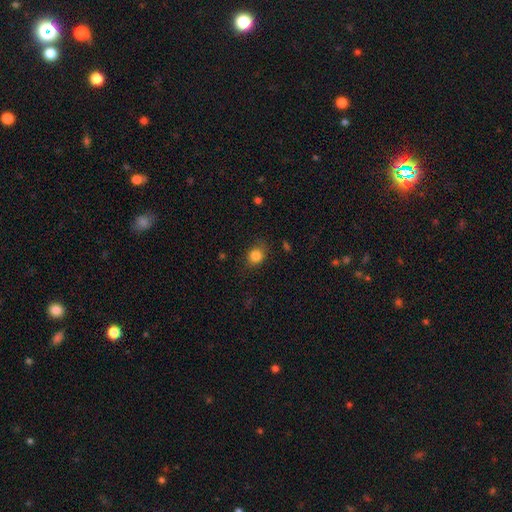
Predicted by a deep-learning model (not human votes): Overall: smooth (84%). How rounded: round (61%; in between 38%). Merging: none (76%).